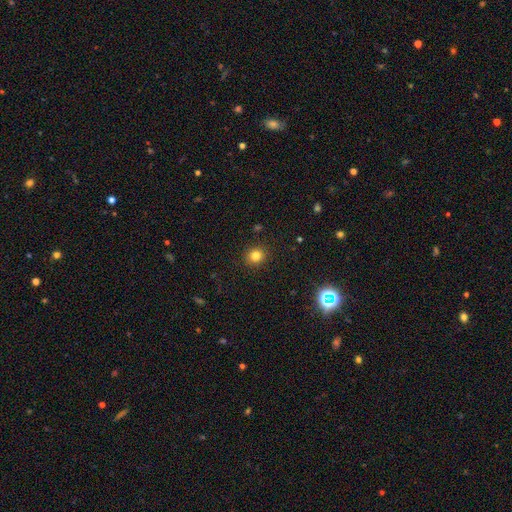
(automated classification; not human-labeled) Morphology: type=smooth (81%); roundness=round (89%); merging=none (92%).